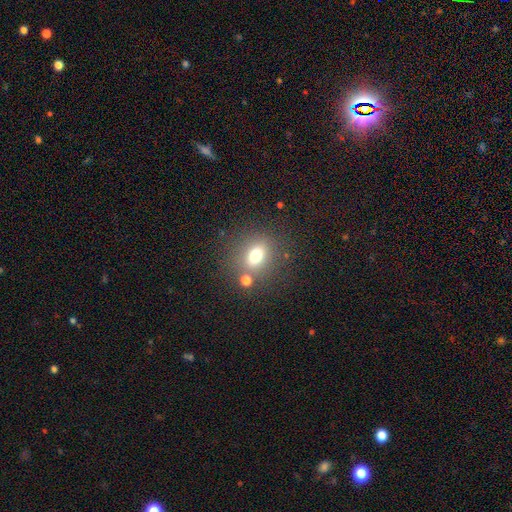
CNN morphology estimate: This appears to be a smooth galaxy with no disk features (72%) that is in between round and cigar-shaped (50%). Merging: none (71%).